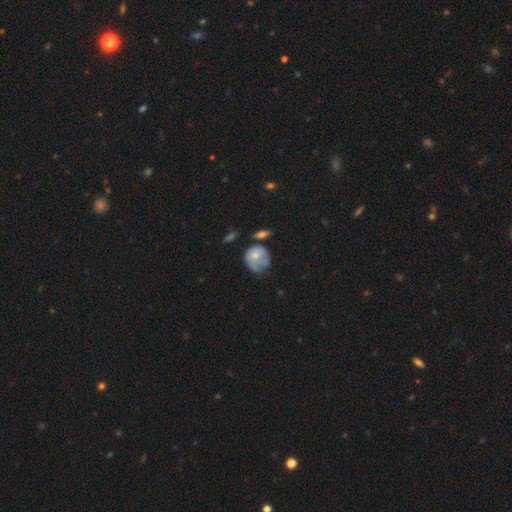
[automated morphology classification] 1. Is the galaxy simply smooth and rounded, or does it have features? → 57% smooth, 36% featured or disk, 7% star or artifact.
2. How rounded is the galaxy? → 73% round, 26% in between, 1% cigar-shaped.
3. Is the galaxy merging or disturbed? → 36% none, 33% minor disturbance, 22% major disturbance, 9% merger.